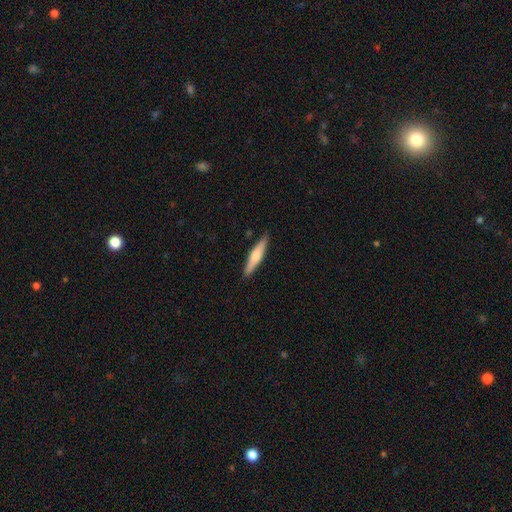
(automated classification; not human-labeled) This is possibly a smooth galaxy (54%). How rounded: clearly cigar-shaped (84%). Merging: clearly none (88%).